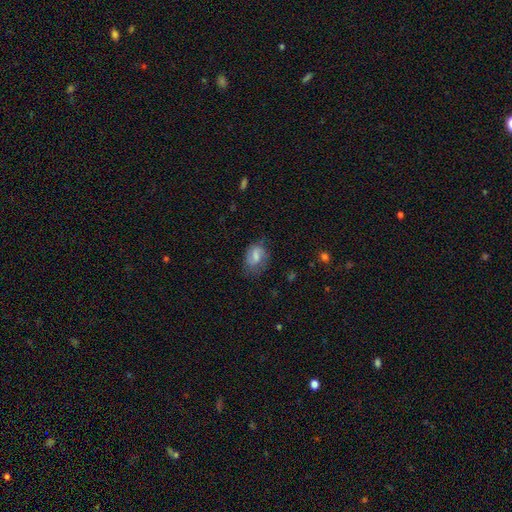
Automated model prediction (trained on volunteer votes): A smooth galaxy with no disk features (59%) that is in between round and cigar-shaped (75%).

Vote fractions:
- Smooth or featured? smooth: 59% / featured or disk: 32% / star or artifact: 9%
- How rounded? in between: 75% / round: 24% / cigar-shaped: 2%
- Merging? none: 56% / minor disturbance: 28% / major disturbance: 14% / merger: 2%